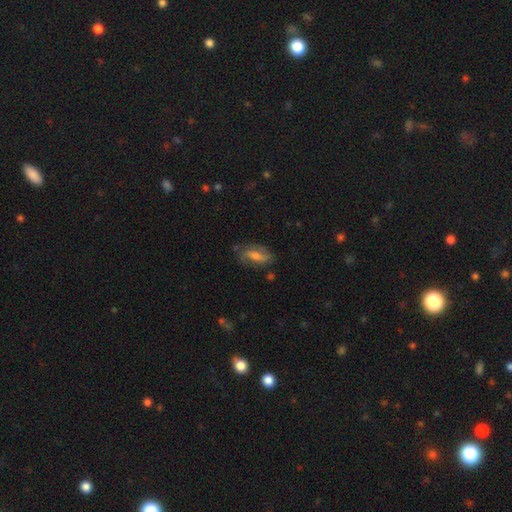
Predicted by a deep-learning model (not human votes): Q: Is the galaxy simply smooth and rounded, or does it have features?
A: featured or disk — 51%.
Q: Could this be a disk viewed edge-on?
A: no — 89%.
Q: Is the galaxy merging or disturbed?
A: none — 69%.